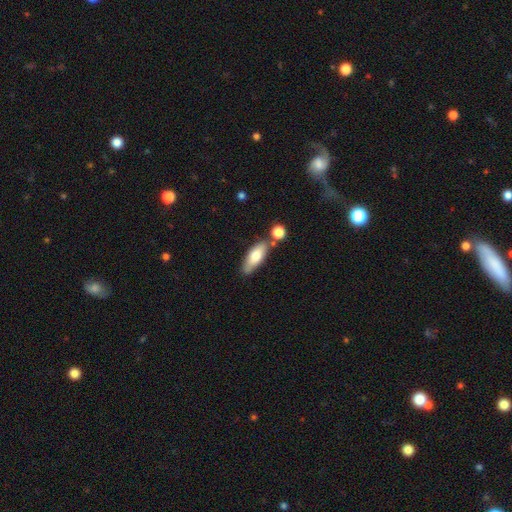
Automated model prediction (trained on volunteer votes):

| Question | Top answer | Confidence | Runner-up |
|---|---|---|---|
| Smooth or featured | smooth | 71% | featured or disk (23%) |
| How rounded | in between | 70% | cigar-shaped (27%) |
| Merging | none | 66% | minor disturbance (15%) |